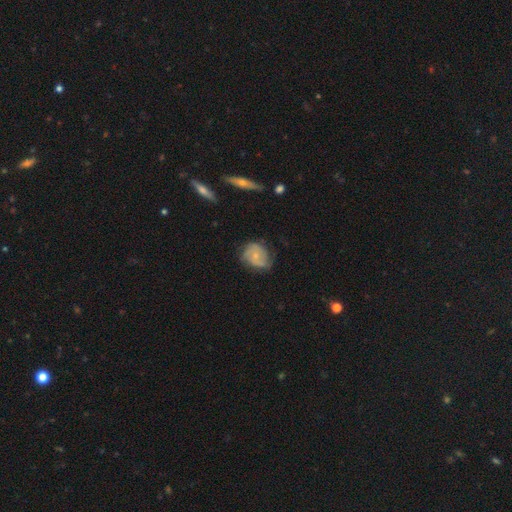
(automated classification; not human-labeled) Smooth or featured: featured or disk — 58% (smooth — 36%)
Edge-on disk: no — 97% (yes — 3%)
Bar: no — 73% (weak — 23%)
Spiral arms: yes — 82% (no — 18%)
Bulge size: small — 64% (moderate — 29%)
Merging: none — 60% (minor disturbance — 29%)